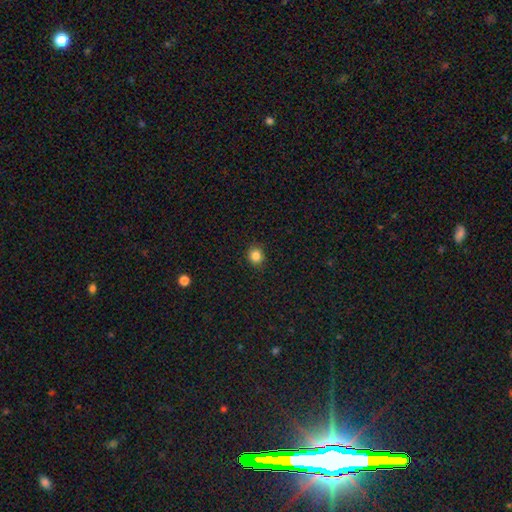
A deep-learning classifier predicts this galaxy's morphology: smooth-or-featured: smooth: 85% | star or artifact: 11% | featured or disk: 4%
  how-rounded: round: 84% | in between: 15% | cigar-shaped: 1%
  merging: none: 90% | minor disturbance: 7% | major disturbance: 2% | merger: 1%